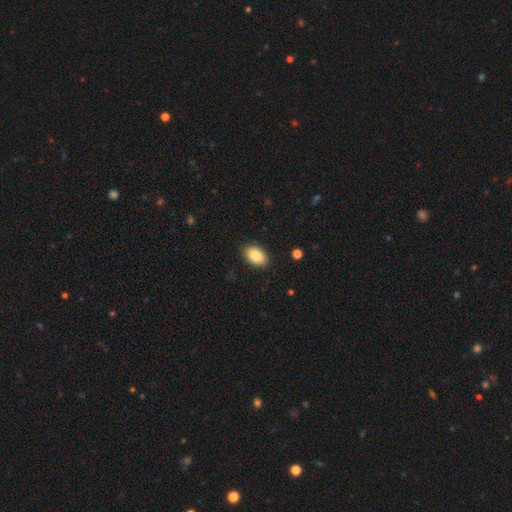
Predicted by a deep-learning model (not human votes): Smooth or featured? smooth (86%)
How rounded? in between (89%)
Merging? none (88%)